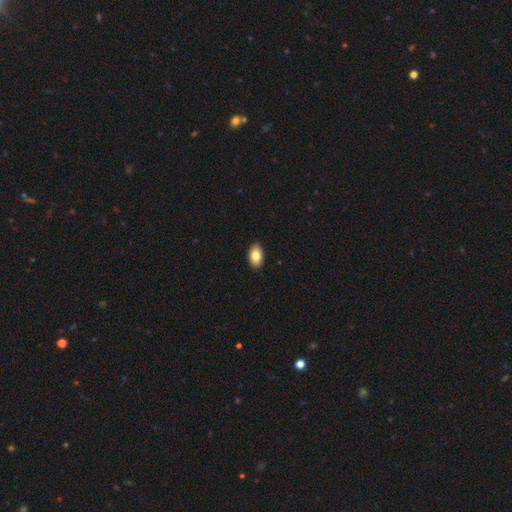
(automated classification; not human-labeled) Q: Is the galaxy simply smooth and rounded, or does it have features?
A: smooth — 82%.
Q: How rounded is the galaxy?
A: in between — 93%.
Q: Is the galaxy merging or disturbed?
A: none — 90%.